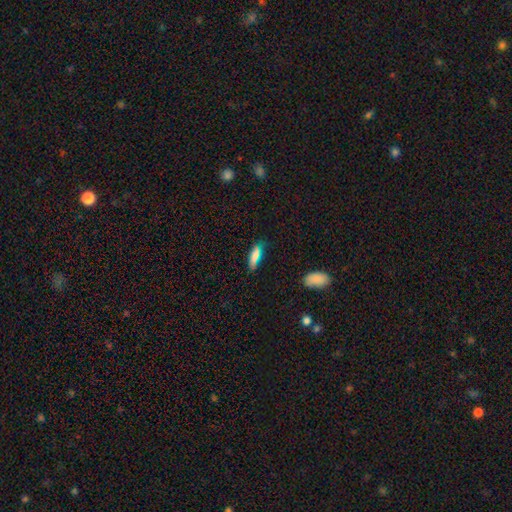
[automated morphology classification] Smooth or featured? Predicted: smooth (p=0.78). How rounded? Predicted: cigar-shaped (p=0.53). Merging? Predicted: none (p=0.72).